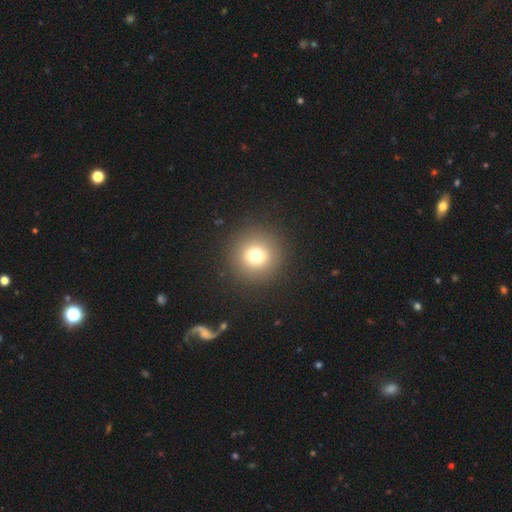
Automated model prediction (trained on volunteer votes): A smooth galaxy with no disk features (74%) that is round (96%).

Vote fractions:
- Smooth or featured? smooth: 74% / star or artifact: 15% / featured or disk: 11%
- How rounded? round: 96% / in between: 3% / cigar-shaped: 1%
- Merging? none: 90% / minor disturbance: 5% / major disturbance: 3% / merger: 1%